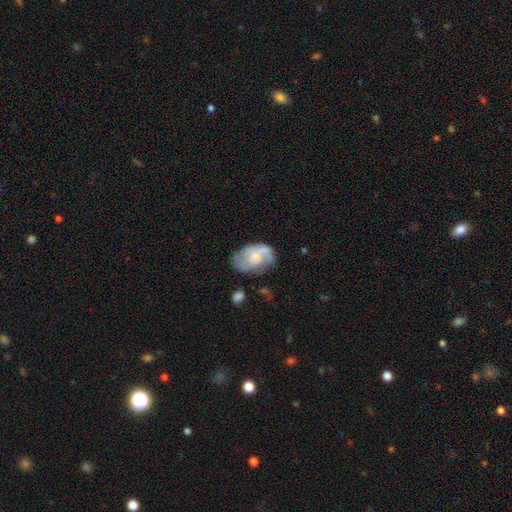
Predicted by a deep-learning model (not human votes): A featured or disk galaxy (58%) with no bar (69%), spiral arms (74%) and a moderate central bulge (30%, tied with small). Merging: none (48%).